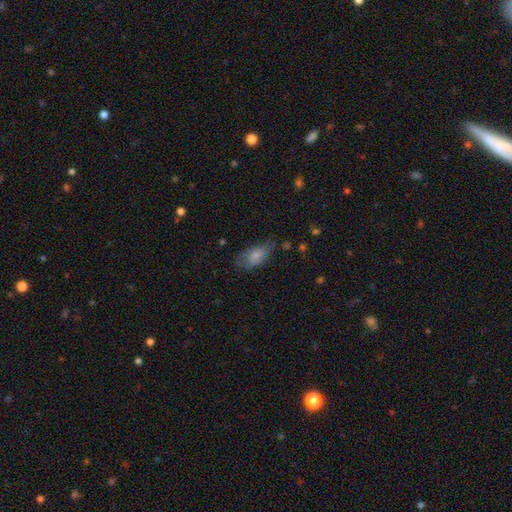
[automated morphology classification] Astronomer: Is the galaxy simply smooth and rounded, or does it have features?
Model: smooth — 74%.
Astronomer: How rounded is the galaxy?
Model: in between — 89%.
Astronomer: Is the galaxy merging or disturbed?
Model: none — 49% (runner-up: minor disturbance, 34%).